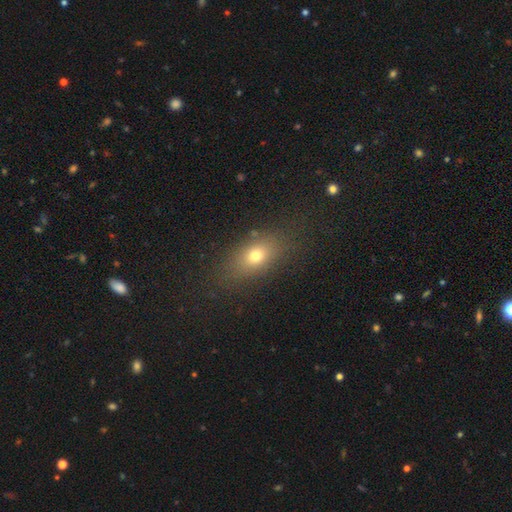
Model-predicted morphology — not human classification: The model was most divided on "smooth or featured": smooth: 71%, featured or disk: 16%, star or artifact: 14%. More confident: merging — none (80%); how rounded — in between (74%).